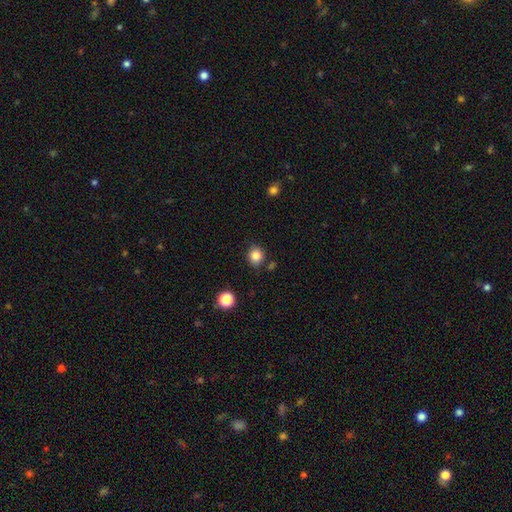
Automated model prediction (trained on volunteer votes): smooth_or_featured: smooth (p=0.83) [alt: star or artifact p=0.11]
how_rounded: round (p=0.80) [alt: in between p=0.19]
merging: none (p=0.82) [alt: minor disturbance p=0.11]